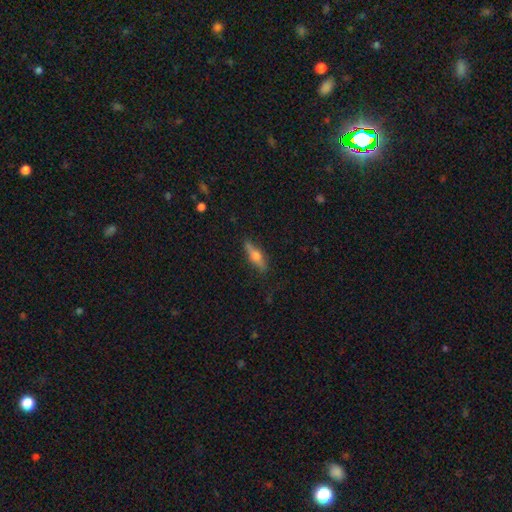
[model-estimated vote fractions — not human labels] Smooth or featured? Predicted: featured or disk (p=0.51). Edge-on disk? Predicted: yes (p=0.92). Merging? Predicted: none (p=0.83).